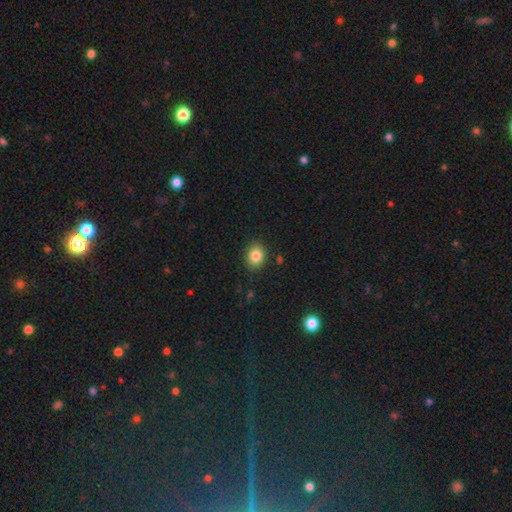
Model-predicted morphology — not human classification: smooth 84%, star or artifact 10%, featured or disk 6%. Down the decision tree: how rounded — round (53%); merging — none (87%).